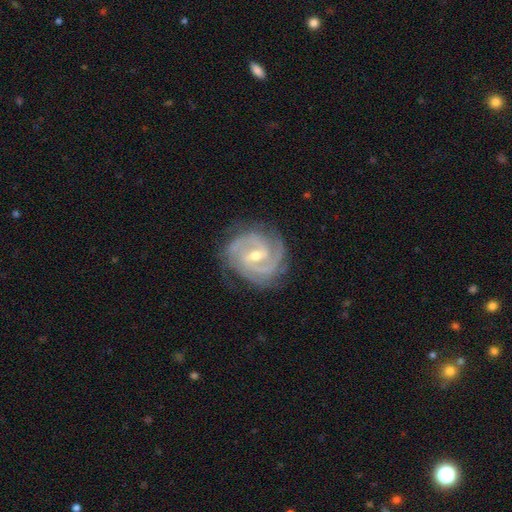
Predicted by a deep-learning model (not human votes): Smooth or featured? featured or disk (92%)
Edge-on disk? no (98%)
Bar? weak (52%)
Spiral arms? yes (98%)
Spiral winding? tight (67%)
Spiral arm count? 3 (39%)
Bulge size? moderate (52%)
Merging? none (79%)